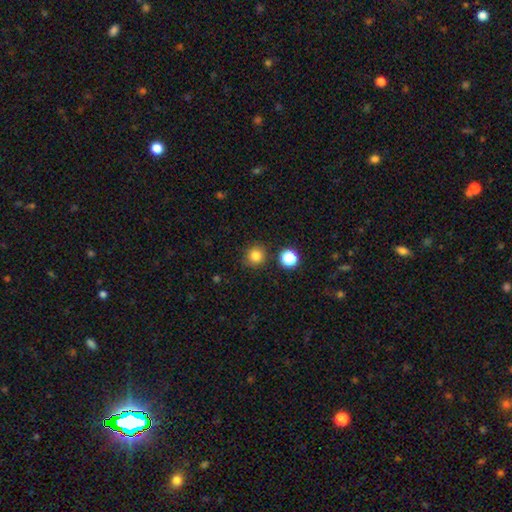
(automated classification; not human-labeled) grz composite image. It shows a smooth galaxy with no disk features (83%) that is round (91%). Merging: none (84%).